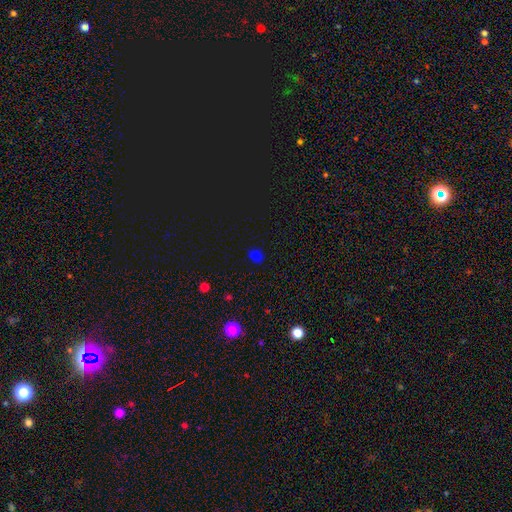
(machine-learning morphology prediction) Smooth or featured? smooth (61%)
How rounded? in between (49%, tied with round)
Merging? none (83%)